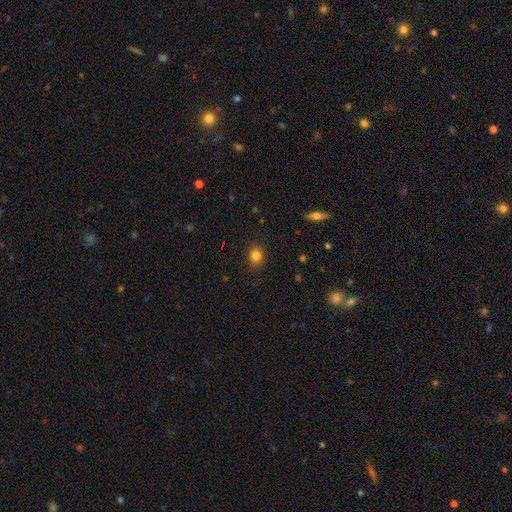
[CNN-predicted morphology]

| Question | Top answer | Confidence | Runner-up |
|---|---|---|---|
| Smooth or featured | smooth | 81% | star or artifact (12%) |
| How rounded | round | 76% | in between (23%) |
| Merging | none | 86% | minor disturbance (11%) |